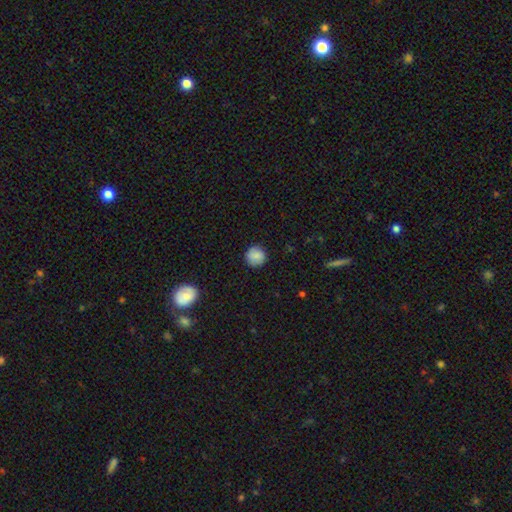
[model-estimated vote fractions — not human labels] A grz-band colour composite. It shows a smooth galaxy with no disk features (85%) that is round (94%). Merging: none (90%).